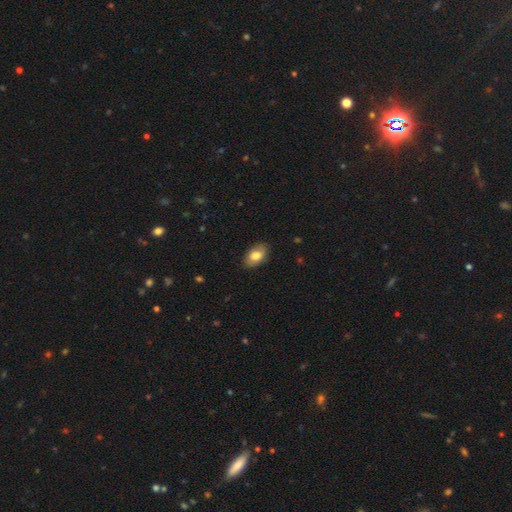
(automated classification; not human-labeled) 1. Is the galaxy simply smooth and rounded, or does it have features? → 79% smooth, 14% featured or disk, 7% star or artifact.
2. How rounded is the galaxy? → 91% in between, 8% round, 1% cigar-shaped.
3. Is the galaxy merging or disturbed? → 84% none, 13% minor disturbance, 3% major disturbance, 1% merger.